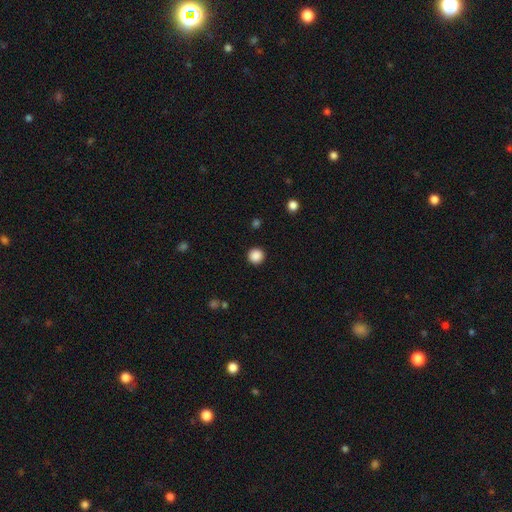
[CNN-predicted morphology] smooth 88%, star or artifact 10%, featured or disk 2%. Down the decision tree: how rounded — round (95%); merging — none (92%).